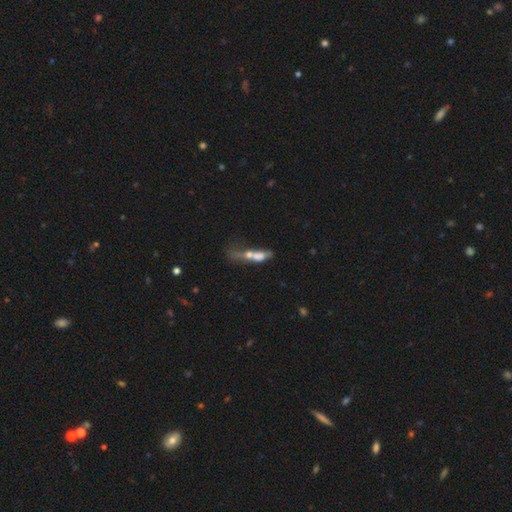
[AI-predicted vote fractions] This appears to be a smooth galaxy with no disk features (50%). Merging: merger (51%).